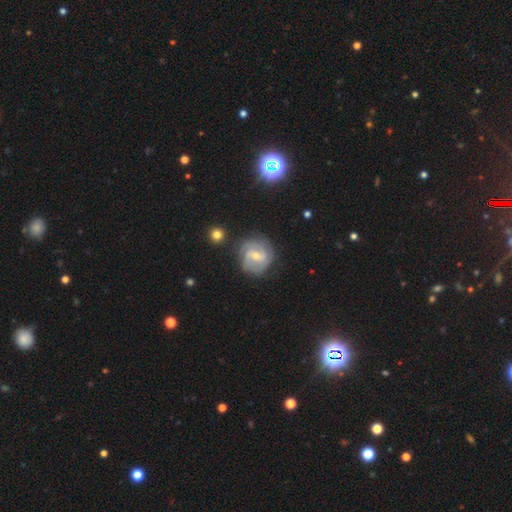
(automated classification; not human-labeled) Smooth or featured? Predicted: featured or disk (p=0.78). Edge-on disk? Predicted: no (p=0.97). Bar? Predicted: weak (p=0.55). Spiral arms? Predicted: yes (p=0.93). Spiral winding? Predicted: tight (p=0.46). Spiral arm count? Predicted: 2 (p=0.43). Bulge size? Predicted: small (p=0.51). Merging? Predicted: none (p=0.73).